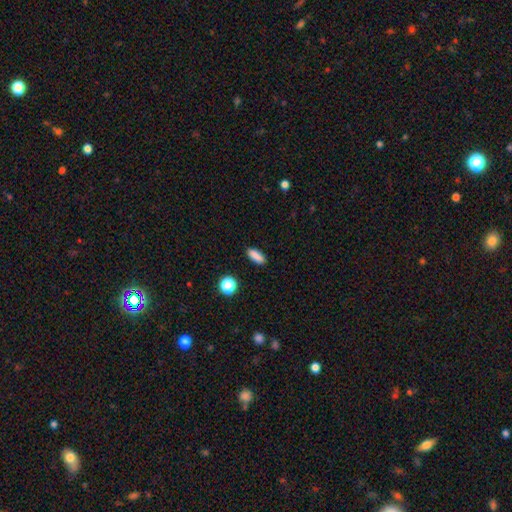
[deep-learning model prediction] smooth_or_featured: smooth (p=0.86) [alt: star or artifact p=0.09]
how_rounded: in between (p=0.65) [alt: cigar-shaped p=0.30]
merging: none (p=0.89) [alt: minor disturbance p=0.08]